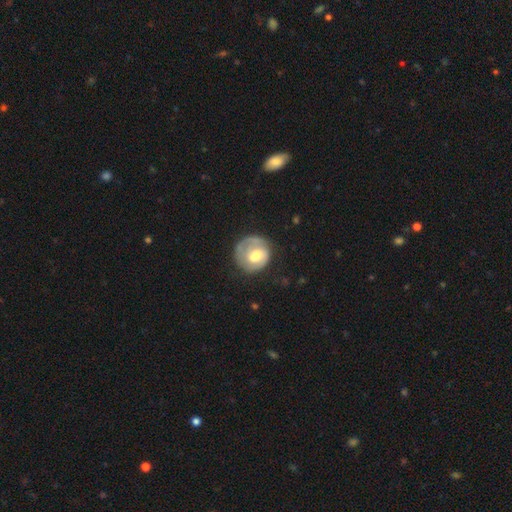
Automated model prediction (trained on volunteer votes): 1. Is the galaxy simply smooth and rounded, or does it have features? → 48% featured or disk, 45% smooth, 6% star or artifact.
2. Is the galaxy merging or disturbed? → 59% none, 23% minor disturbance, 17% major disturbance, 2% merger.